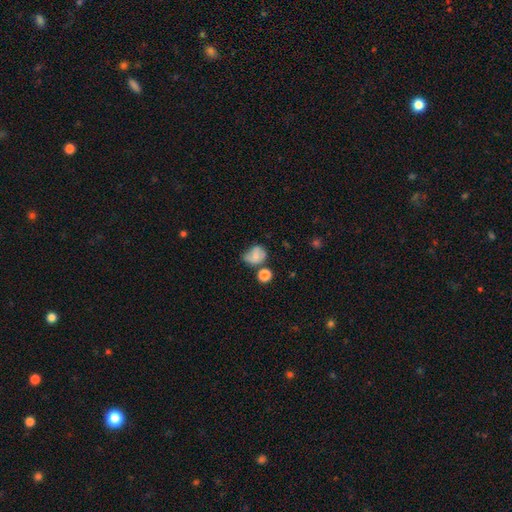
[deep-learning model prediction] A smooth galaxy with no disk features (65%) that is round (52%). Merging: none (42%).